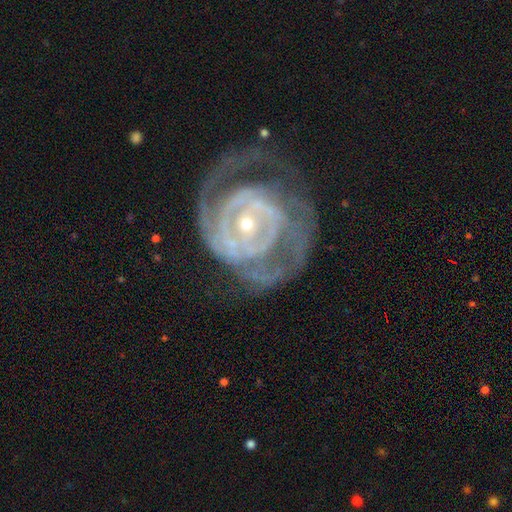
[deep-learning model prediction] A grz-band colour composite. It shows a featured or disk galaxy (88%) with no bar (52%), 2 (38%) tight (70%) spiral arms (93%) and a small central bulge (73%). Merging: none (57%).